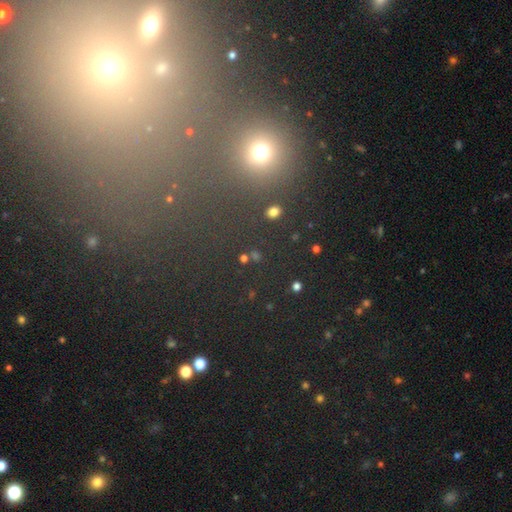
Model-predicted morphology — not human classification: This appears to be a star or artifact, not a galaxy (60%).